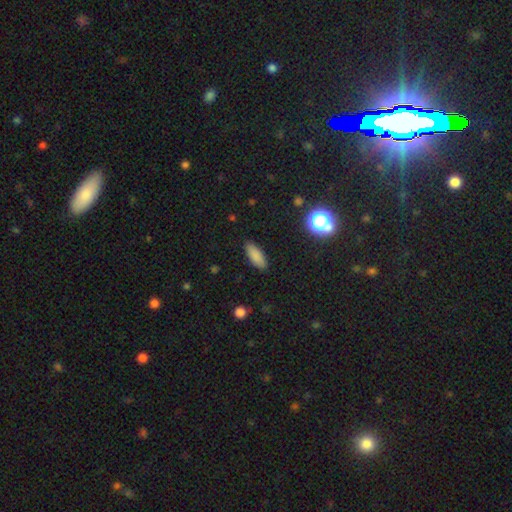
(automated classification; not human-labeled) A smooth galaxy with no disk features (85%) that is in between round and cigar-shaped (74%). Merging: none (88%).